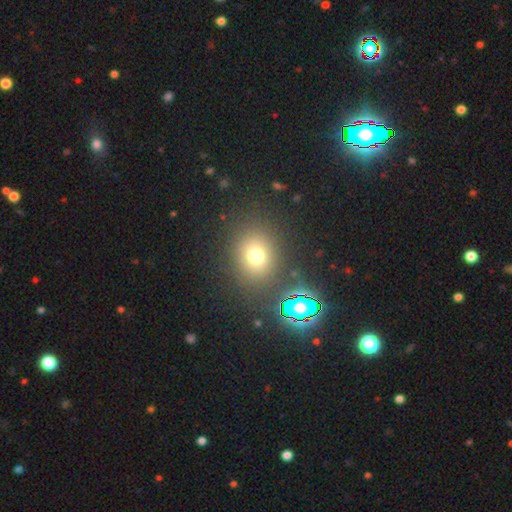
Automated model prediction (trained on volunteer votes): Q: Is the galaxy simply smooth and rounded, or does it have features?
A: smooth — 70%.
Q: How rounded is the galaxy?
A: round — 63%.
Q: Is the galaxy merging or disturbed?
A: none — 83%.